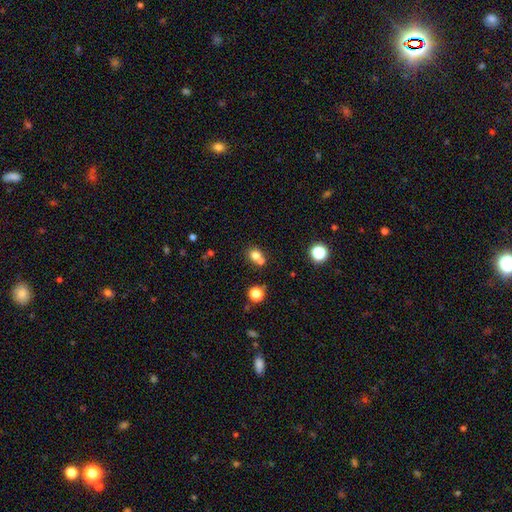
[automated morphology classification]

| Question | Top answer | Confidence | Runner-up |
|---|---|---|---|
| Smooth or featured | smooth | 74% | star or artifact (15%) |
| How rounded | round | 74% | in between (25%) |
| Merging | merger | 45% | none (44%) |